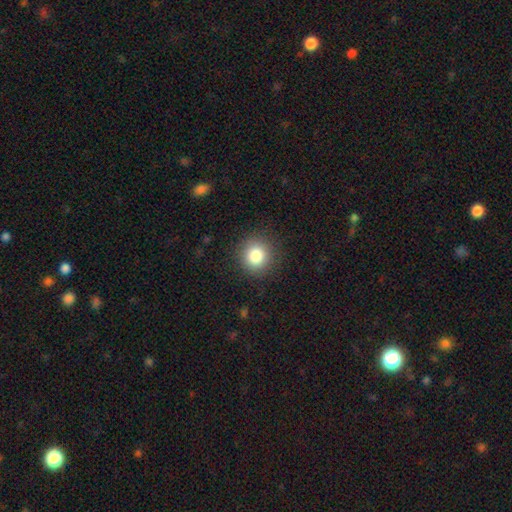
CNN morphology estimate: type=smooth (83%); roundness=round (91%); merging=none (89%).